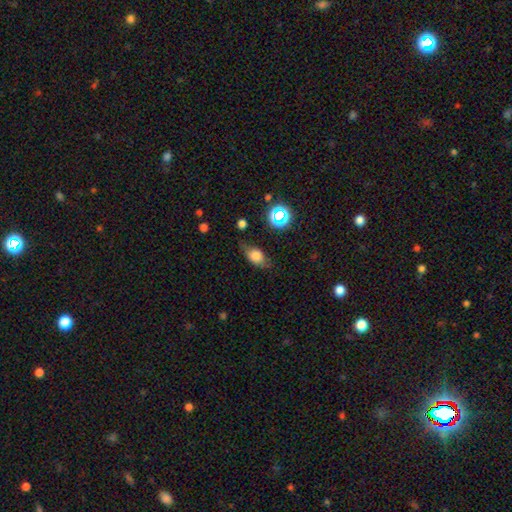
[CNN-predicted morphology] Smooth or featured: smooth — 70% (featured or disk — 18%)
How rounded: in between — 76% (round — 18%)
Merging: none — 66% (minor disturbance — 24%)